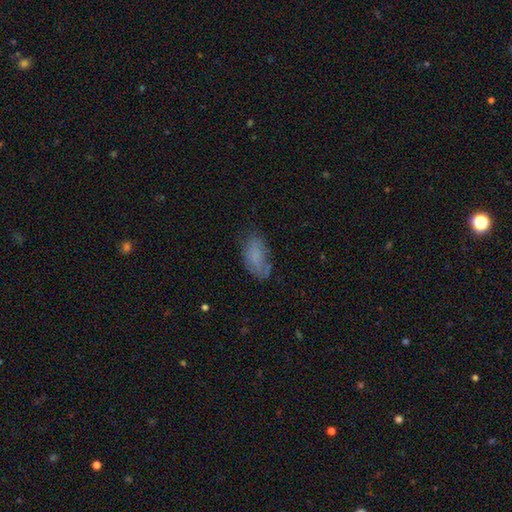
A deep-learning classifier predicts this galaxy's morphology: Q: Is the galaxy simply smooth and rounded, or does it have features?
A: smooth — 69%.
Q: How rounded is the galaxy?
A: in between — 92%.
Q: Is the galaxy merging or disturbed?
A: none — 60%.